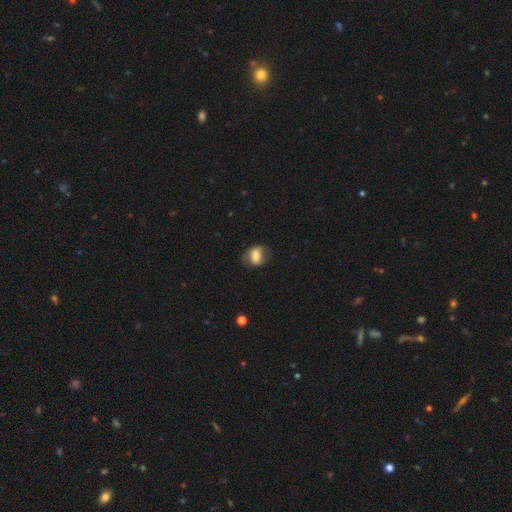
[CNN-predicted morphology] type=smooth (63%); roundness=in between (67%); merging=none (64%).